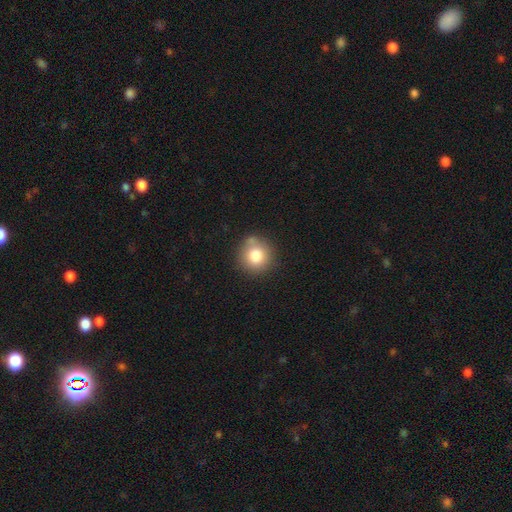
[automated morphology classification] Overall: smooth (79%). How rounded: round (91%). Merging: none (74%).